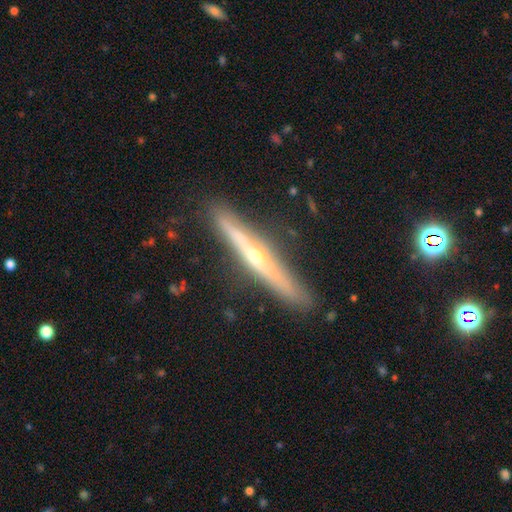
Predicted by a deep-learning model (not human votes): A featured or disk galaxy (75%) viewed edge-on (96%) with a rounded central bulge (80%).

Vote fractions:
- Smooth or featured? featured or disk: 75% / smooth: 18% / star or artifact: 7%
- Edge-on disk? yes: 96% / no: 4%
- Edge-on bulge? rounded: 80% / none: 17% / boxy: 3%
- Merging? none: 86% / minor disturbance: 10% / major disturbance: 2% / merger: 2%